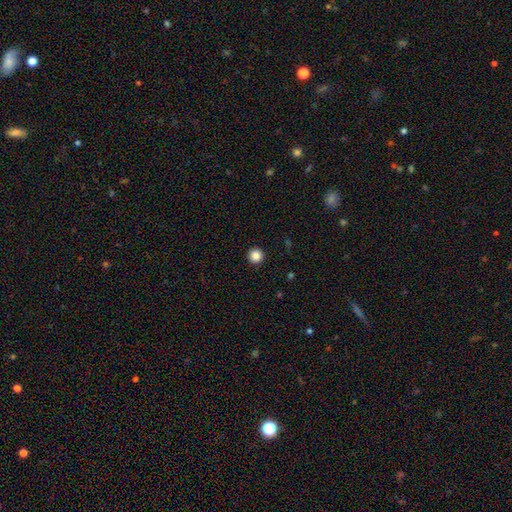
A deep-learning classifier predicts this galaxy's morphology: Smooth or featured? smooth (86%)
How rounded? round (96%)
Merging? none (94%)